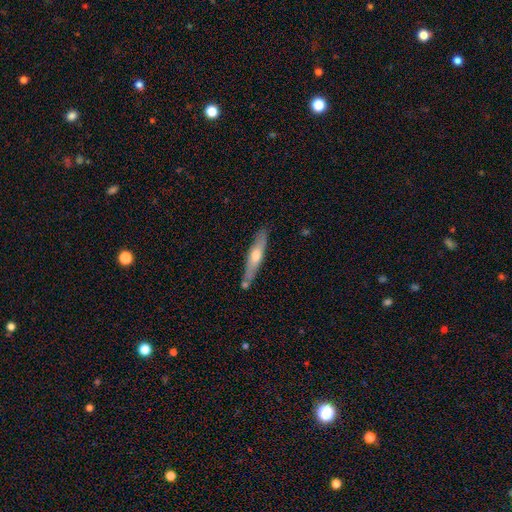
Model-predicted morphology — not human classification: Q: Smooth or featured?
A: featured or disk (52%); runner-up: smooth (43%)
Q: Edge-on disk?
A: yes (89%); runner-up: no (11%)
Q: Merging?
A: none (80%); runner-up: minor disturbance (12%)